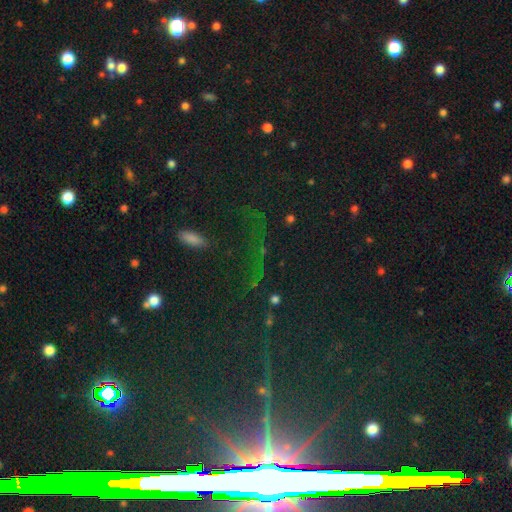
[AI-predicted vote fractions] This appears to be a star or artifact, not a galaxy (61%).